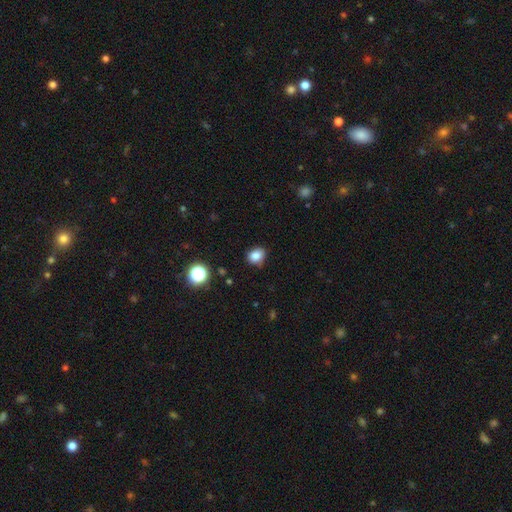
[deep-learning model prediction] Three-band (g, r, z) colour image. It shows a smooth galaxy with no disk features (83%) that is round (58%). Merging: none (78%).